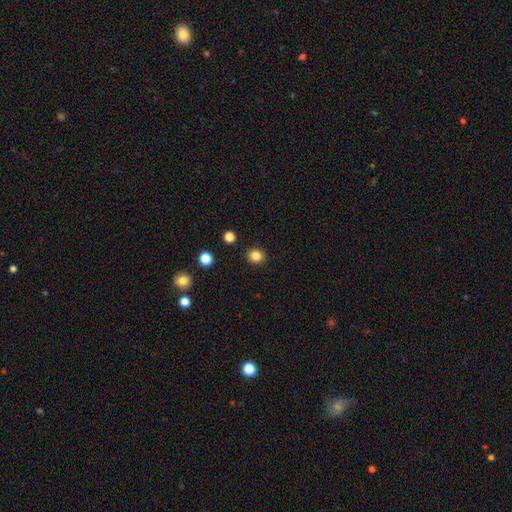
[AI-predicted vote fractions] Morphology: type=smooth (83%); roundness=round (82%); merging=none (91%).